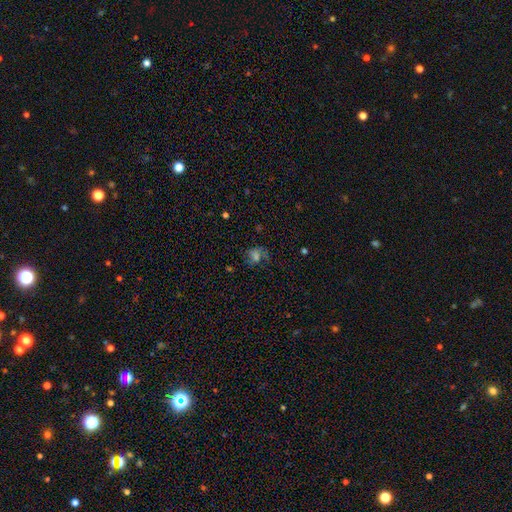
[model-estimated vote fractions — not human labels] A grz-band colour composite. It shows a smooth galaxy with no disk features (54%) that is round (55%). Merging: none (54%).